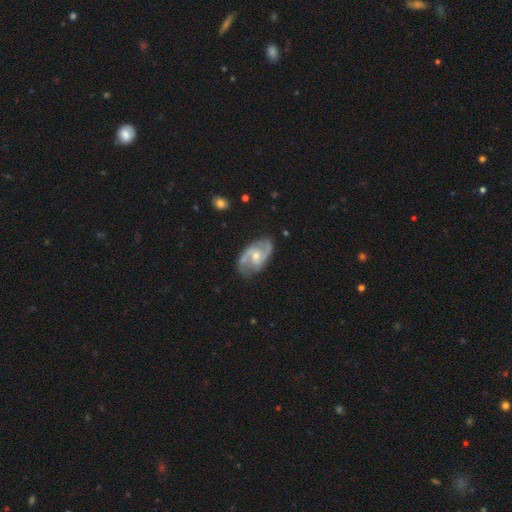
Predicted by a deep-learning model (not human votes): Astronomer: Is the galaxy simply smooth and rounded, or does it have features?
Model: featured or disk — 84%.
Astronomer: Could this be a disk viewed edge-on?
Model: no — 97%.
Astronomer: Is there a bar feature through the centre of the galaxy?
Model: weak — 46% (runner-up: no, 45%).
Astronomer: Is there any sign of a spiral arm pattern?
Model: yes — 95%.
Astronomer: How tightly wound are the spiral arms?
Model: medium — 55%.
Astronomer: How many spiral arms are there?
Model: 2 — 86%.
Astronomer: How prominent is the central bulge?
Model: moderate — 52% (runner-up: small, 42%).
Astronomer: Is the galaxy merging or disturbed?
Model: none — 74%.